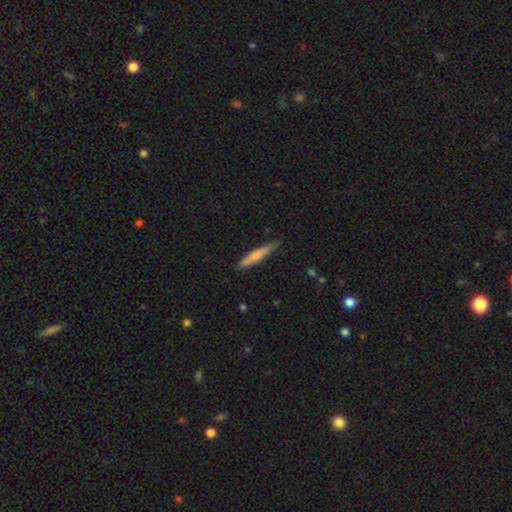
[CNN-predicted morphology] The model was most divided on "smooth or featured": smooth: 69%, featured or disk: 26%, star or artifact: 5%. More confident: how rounded — cigar-shaped (93%); merging — none (80%).